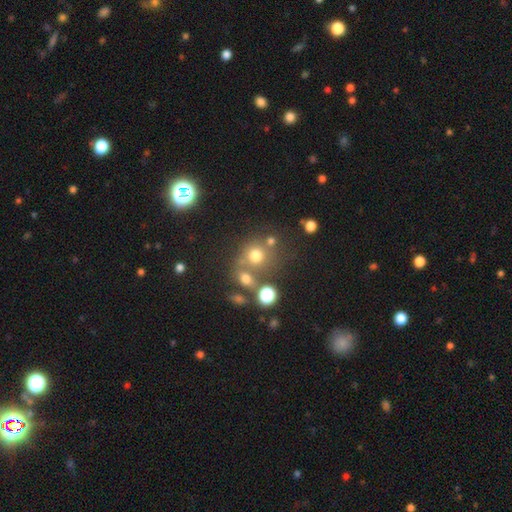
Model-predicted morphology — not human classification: Overall: smooth (69%). How rounded: round (85%). Merging: none (57%; merger 25%).